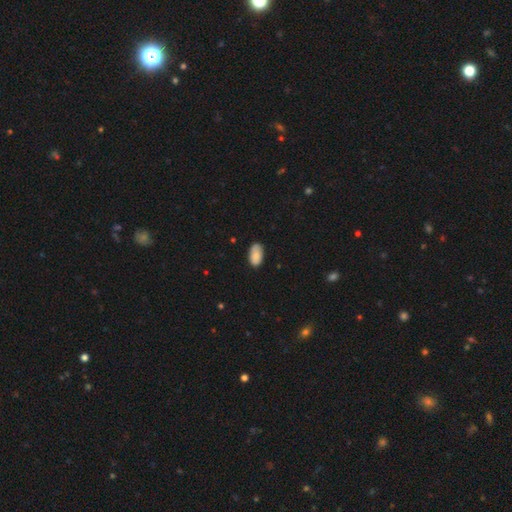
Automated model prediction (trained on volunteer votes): Smooth or featured: smooth — 84% (featured or disk — 9%)
How rounded: in between — 94% (round — 4%)
Merging: none — 75% (minor disturbance — 20%)